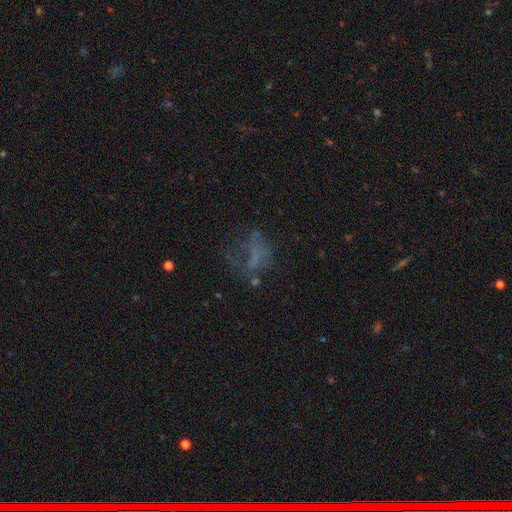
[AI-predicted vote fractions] The model was most divided on "merging": none: 39%, major disturbance: 38%, minor disturbance: 17%, merger: 6%. Remaining: smooth or featured — featured or disk (40%).